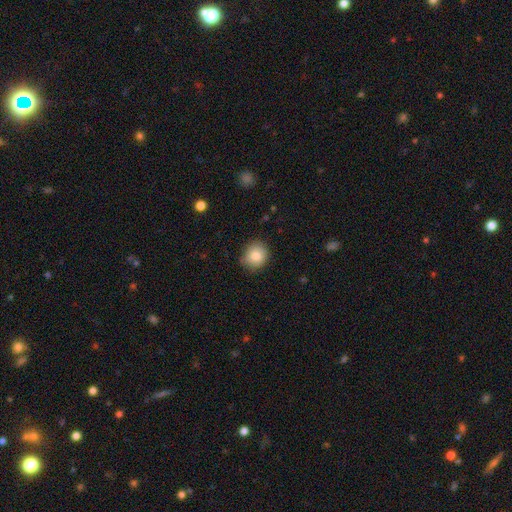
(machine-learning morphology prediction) This appears to be a smooth galaxy with no disk features (83%) that is round (81%). Merging: none (81%).